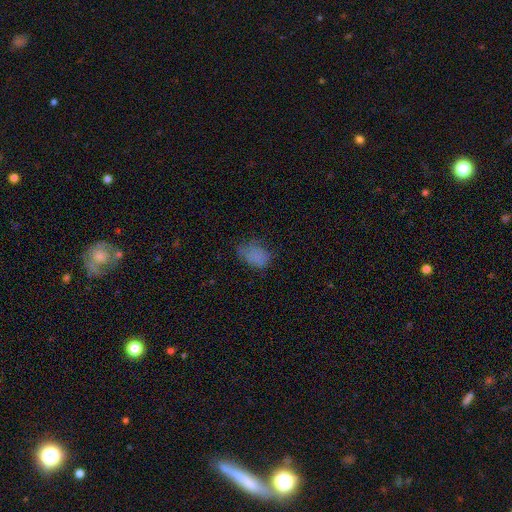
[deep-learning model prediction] Smooth or featured? smooth (75%)
How rounded? in between (81%)
Merging? none (53%)